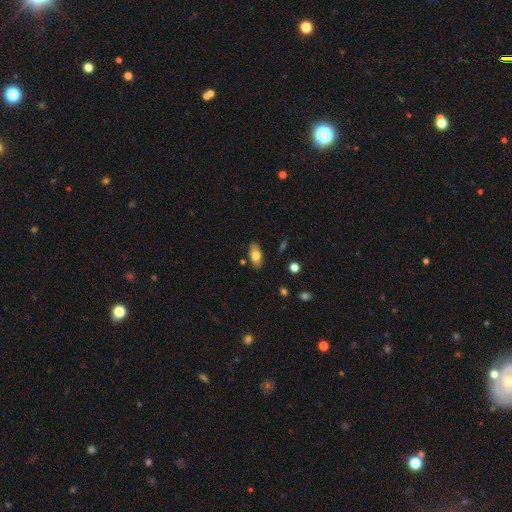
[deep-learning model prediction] A smooth galaxy with no disk features (74%) that is in between round and cigar-shaped (89%).

Vote fractions:
- Smooth or featured? smooth: 74% / featured or disk: 19% / star or artifact: 7%
- How rounded? in between: 89% / cigar-shaped: 8% / round: 3%
- Merging? none: 84% / minor disturbance: 11% / major disturbance: 2% / merger: 2%